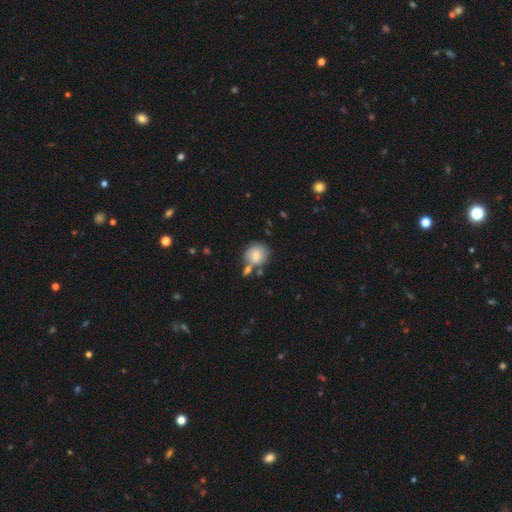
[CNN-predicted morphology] smooth-or-featured: smooth: 82% | featured or disk: 10% | star or artifact: 8%
  how-rounded: round: 83% | in between: 16% | cigar-shaped: 1%
  merging: none: 57% | merger: 21% | minor disturbance: 16% | major disturbance: 5%